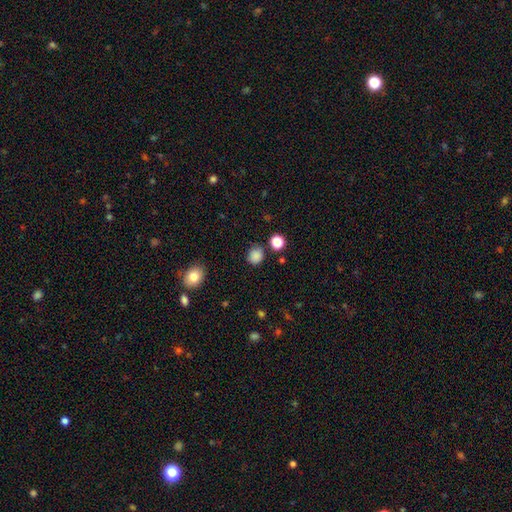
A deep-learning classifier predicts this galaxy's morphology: smooth_or_featured: smooth (p=0.85) [alt: star or artifact p=0.12]
how_rounded: round (p=0.80) [alt: in between p=0.19]
merging: none (p=0.81) [alt: minor disturbance p=0.12]